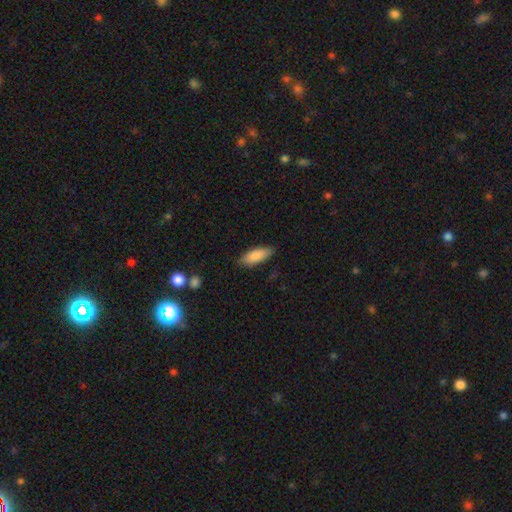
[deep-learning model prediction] Smooth or featured?
  - smooth: 86% *
  - featured or disk: 8%
  - star or artifact: 6%
How rounded?
  - in between: 70% *
  - cigar-shaped: 28%
  - round: 2%
Merging?
  - none: 82% *
  - minor disturbance: 14%
  - major disturbance: 3%
  - merger: 1%